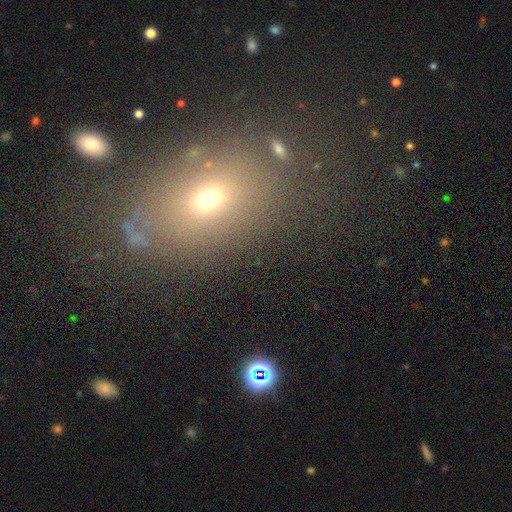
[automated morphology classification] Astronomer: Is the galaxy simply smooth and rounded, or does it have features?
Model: smooth — 56%.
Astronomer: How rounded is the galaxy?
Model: in between — 68%.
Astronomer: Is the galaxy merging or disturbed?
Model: none — 70%.